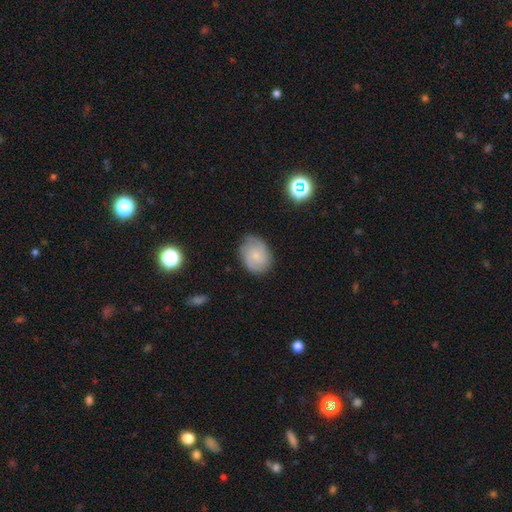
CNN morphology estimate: Q: Smooth or featured?
A: featured or disk (47%); runner-up: smooth (44%)
Q: Merging?
A: none (75%); runner-up: minor disturbance (19%)